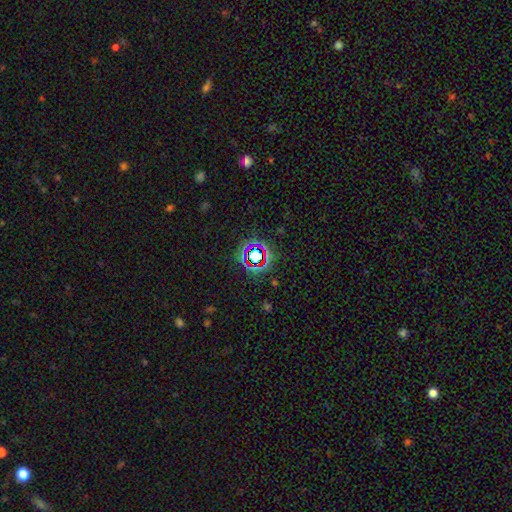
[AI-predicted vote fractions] Overall: star or artifact (68%).